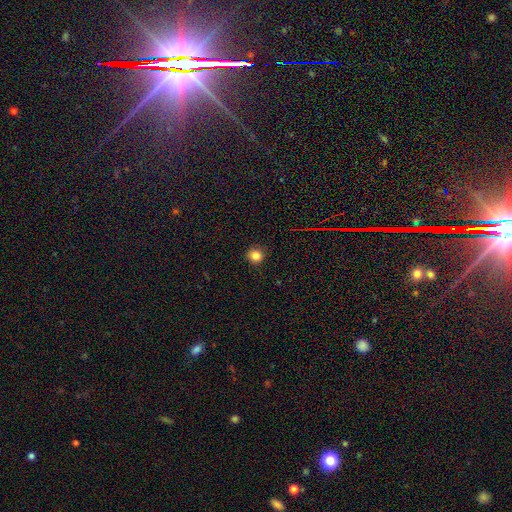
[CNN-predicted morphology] Smooth or featured? Predicted: smooth (p=0.82). How rounded? Predicted: round (p=0.93). Merging? Predicted: none (p=0.89).